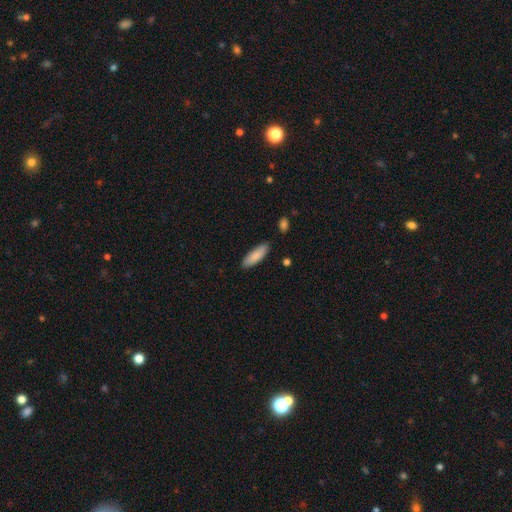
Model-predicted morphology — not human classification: Q: Smooth or featured?
A: smooth (86%); runner-up: featured or disk (8%)
Q: How rounded?
A: in between (52%); runner-up: cigar-shaped (46%)
Q: Merging?
A: none (85%); runner-up: minor disturbance (11%)